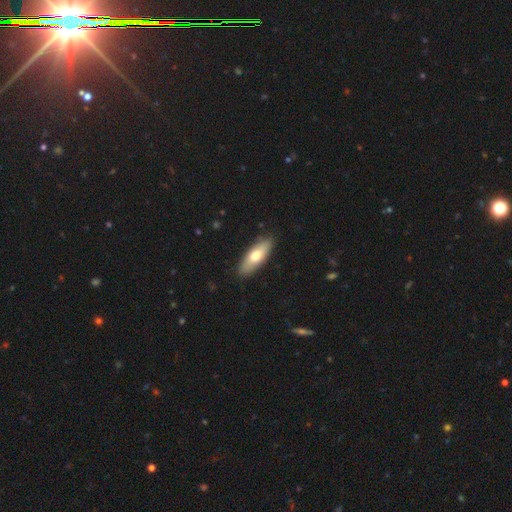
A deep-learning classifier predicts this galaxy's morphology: smooth_or_featured: smooth (p=0.65) [alt: featured or disk p=0.30]
how_rounded: in between (p=0.61) [alt: cigar-shaped p=0.37]
merging: none (p=0.88) [alt: minor disturbance p=0.09]